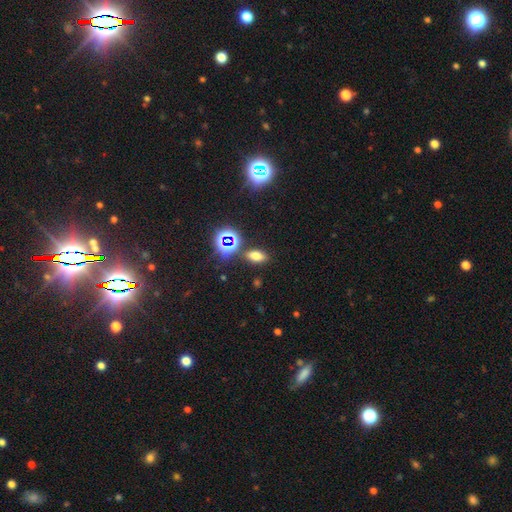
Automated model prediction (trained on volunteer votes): Overall: smooth (59%; star or artifact 29%). How rounded: in between (76%). Merging: none (83%).